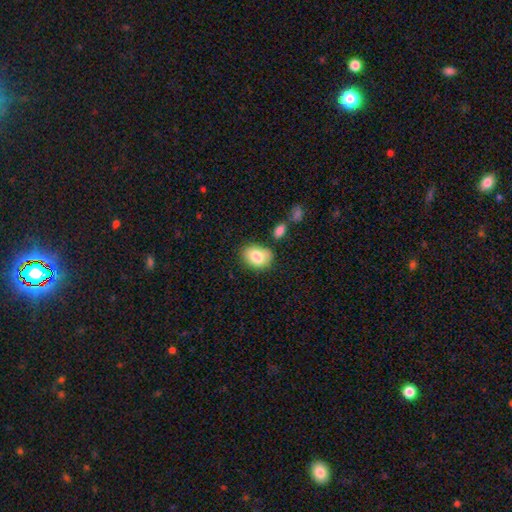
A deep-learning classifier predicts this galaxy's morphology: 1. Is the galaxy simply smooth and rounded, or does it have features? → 82% smooth, 11% featured or disk, 8% star or artifact.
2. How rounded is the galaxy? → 74% in between, 25% round, 1% cigar-shaped.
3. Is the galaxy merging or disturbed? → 62% none, 22% minor disturbance, 10% merger, 6% major disturbance.